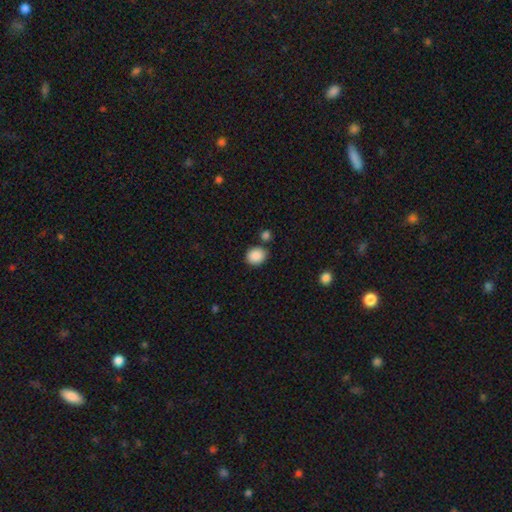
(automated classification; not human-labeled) Q: Smooth or featured?
A: smooth (89%); runner-up: star or artifact (8%)
Q: How rounded?
A: round (61%); runner-up: in between (38%)
Q: Merging?
A: none (79%); runner-up: minor disturbance (11%)